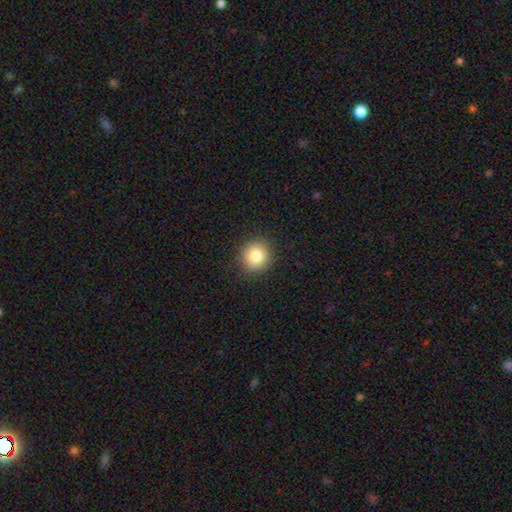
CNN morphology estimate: Smooth or featured?
  - smooth: 81% *
  - star or artifact: 11%
  - featured or disk: 8%
How rounded?
  - round: 91% *
  - in between: 8%
  - cigar-shaped: 1%
Merging?
  - none: 91% *
  - minor disturbance: 6%
  - major disturbance: 2%
  - merger: 1%